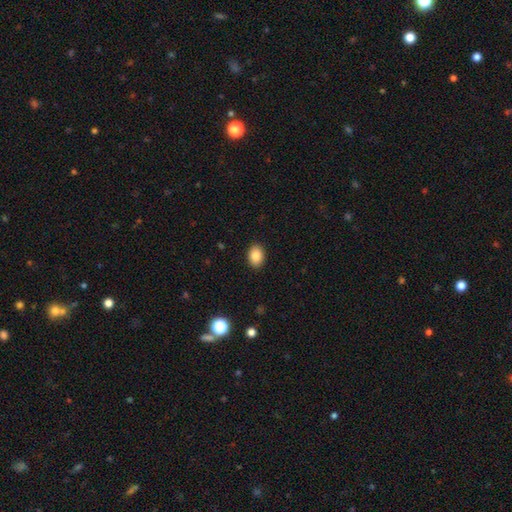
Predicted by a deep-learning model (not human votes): Smooth or featured: smooth — 87% (star or artifact — 9%)
How rounded: in between — 78% (round — 21%)
Merging: none — 90% (minor disturbance — 7%)